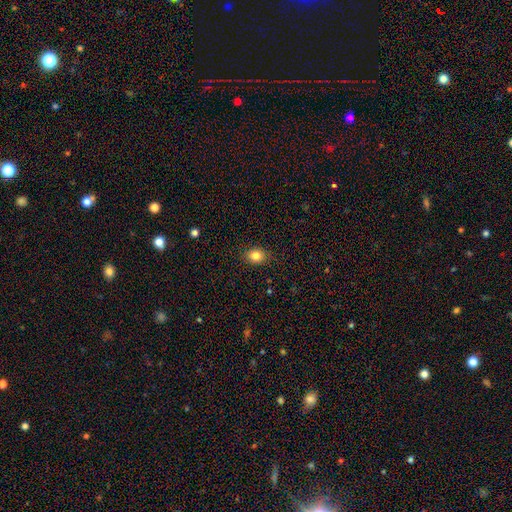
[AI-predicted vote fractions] smooth 83%, star or artifact 10%, featured or disk 7%. Down the decision tree: how rounded — in between (55%); merging — none (87%).